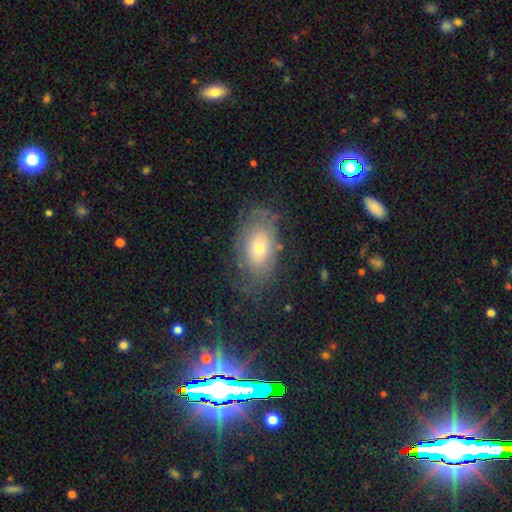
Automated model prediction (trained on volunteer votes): Smooth or featured?
  - star or artifact: 40% *
  - smooth: 32%
  - featured or disk: 28%